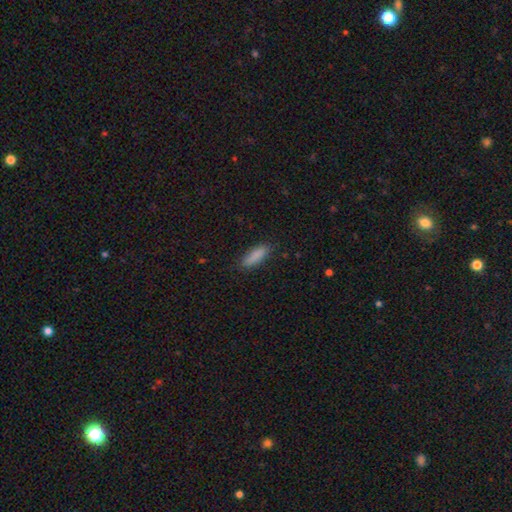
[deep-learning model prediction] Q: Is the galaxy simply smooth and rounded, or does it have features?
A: smooth — 87%.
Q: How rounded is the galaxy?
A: in between — 53%.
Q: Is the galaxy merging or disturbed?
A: none — 84%.